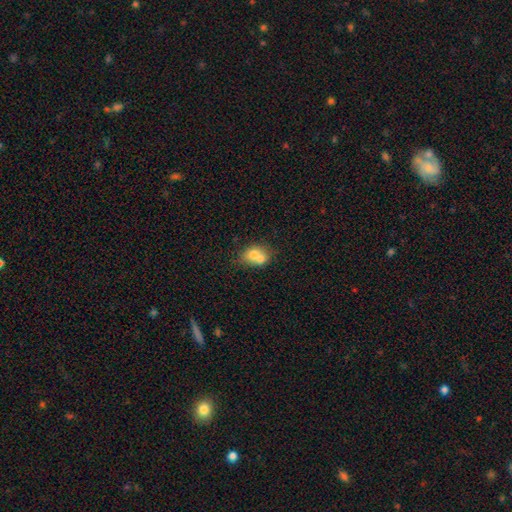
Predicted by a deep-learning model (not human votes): smooth-or-featured: smooth: 69% | featured or disk: 22% | star or artifact: 10%
  how-rounded: round: 51% | in between: 48% | cigar-shaped: 1%
  merging: merger: 61% | none: 27% | minor disturbance: 8% | major disturbance: 3%